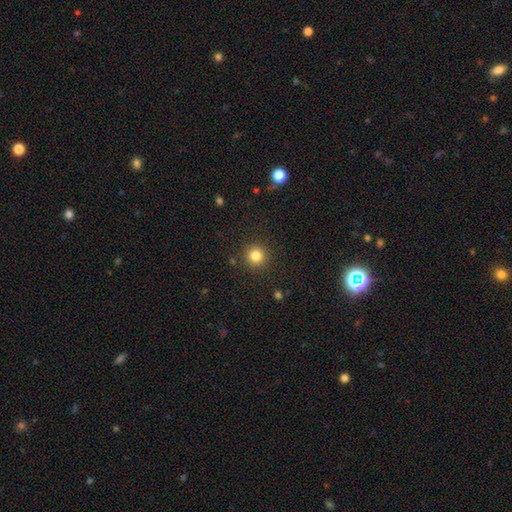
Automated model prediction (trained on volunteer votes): Overall: smooth (82%). How rounded: round (94%). Merging: none (90%).